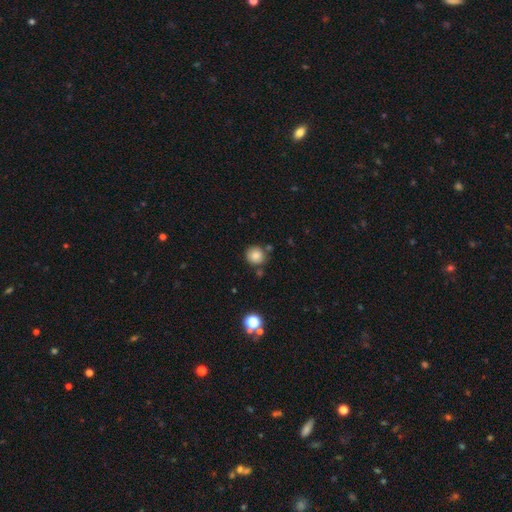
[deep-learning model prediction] A smooth galaxy with no disk features (84%) that is round (91%).

Vote fractions:
- Smooth or featured? smooth: 84% / star or artifact: 11% / featured or disk: 6%
- How rounded? round: 91% / in between: 8% / cigar-shaped: 1%
- Merging? none: 79% / minor disturbance: 11% / merger: 8% / major disturbance: 3%